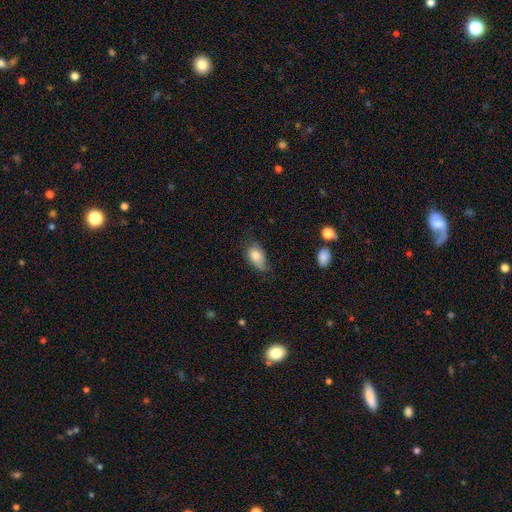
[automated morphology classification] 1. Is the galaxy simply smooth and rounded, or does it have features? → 80% smooth, 13% featured or disk, 7% star or artifact.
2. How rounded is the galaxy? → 91% in between, 6% round, 3% cigar-shaped.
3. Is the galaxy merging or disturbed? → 55% none, 34% minor disturbance, 9% major disturbance, 2% merger.